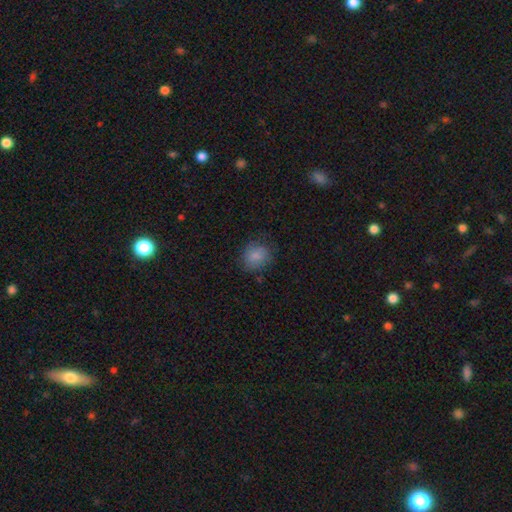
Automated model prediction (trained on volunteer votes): Smooth or featured? smooth (84%)
How rounded? round (72%)
Merging? none (75%)